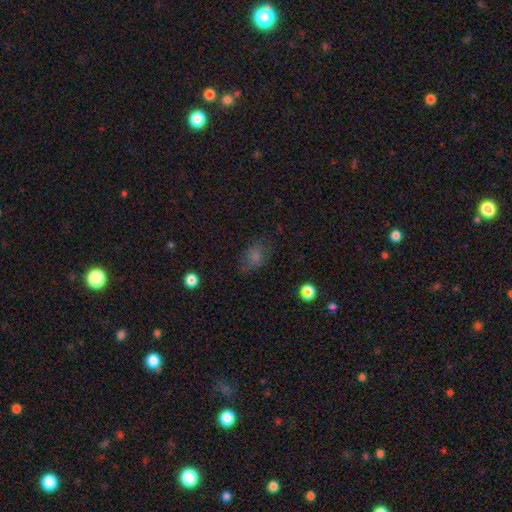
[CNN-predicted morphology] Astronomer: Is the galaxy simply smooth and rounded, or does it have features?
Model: smooth — 65%.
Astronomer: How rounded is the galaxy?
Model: in between — 75%.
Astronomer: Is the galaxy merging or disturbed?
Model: none — 70%.